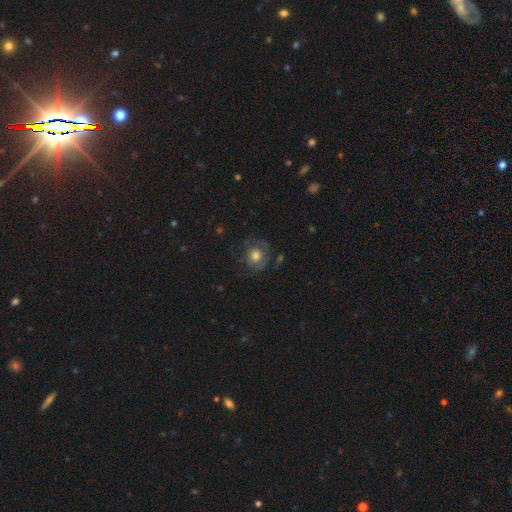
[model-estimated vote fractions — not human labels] This is likely a smooth galaxy (61%). How rounded: clearly round (83%). Merging: likely none (66%).